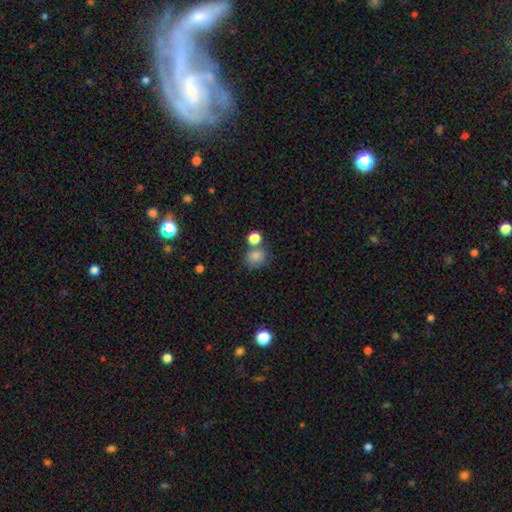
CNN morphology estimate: smooth_or_featured: smooth (p=0.81) [alt: star or artifact p=0.11]
how_rounded: round (p=0.75) [alt: in between p=0.24]
merging: none (p=0.55) [alt: merger p=0.26]